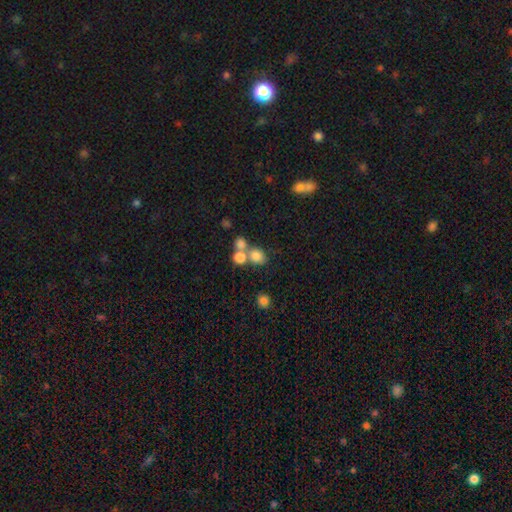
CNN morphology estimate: A smooth galaxy with no disk features (74%) that is round (75%). Merging: merger (46%).